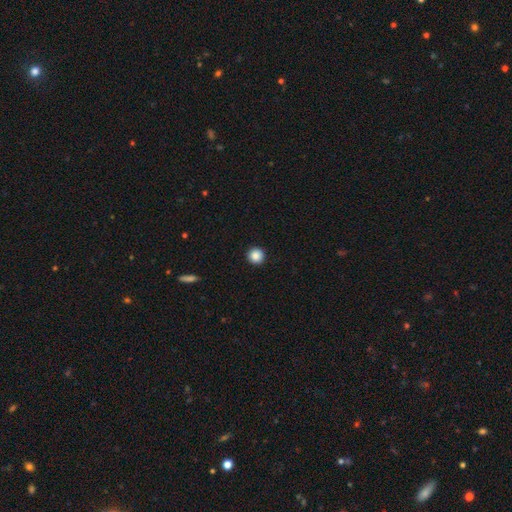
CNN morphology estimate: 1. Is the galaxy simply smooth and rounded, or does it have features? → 88% smooth, 9% star or artifact, 3% featured or disk.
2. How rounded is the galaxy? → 96% round, 3% in between, 1% cigar-shaped.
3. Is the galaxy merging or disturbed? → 94% none, 4% minor disturbance, 1% major disturbance, 1% merger.